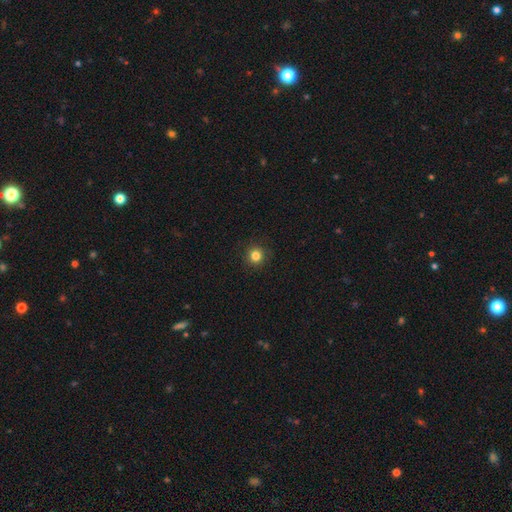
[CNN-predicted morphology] Smooth or featured?
  - smooth: 82% *
  - star or artifact: 13%
  - featured or disk: 5%
How rounded?
  - round: 94% *
  - in between: 5%
  - cigar-shaped: 1%
Merging?
  - none: 91% *
  - minor disturbance: 6%
  - major disturbance: 2%
  - merger: 1%